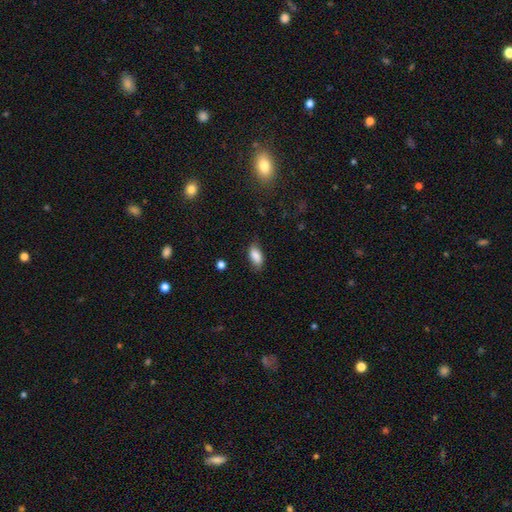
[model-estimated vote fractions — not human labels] Smooth or featured?
  - smooth: 84% *
  - featured or disk: 8%
  - star or artifact: 7%
How rounded?
  - in between: 89% *
  - cigar-shaped: 8%
  - round: 3%
Merging?
  - none: 72% *
  - minor disturbance: 22%
  - major disturbance: 5%
  - merger: 1%